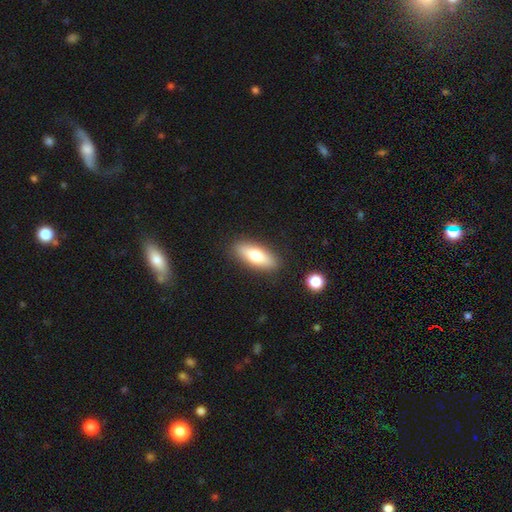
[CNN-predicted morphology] type=smooth (69%); roundness=in between (62%); merging=none (88%).